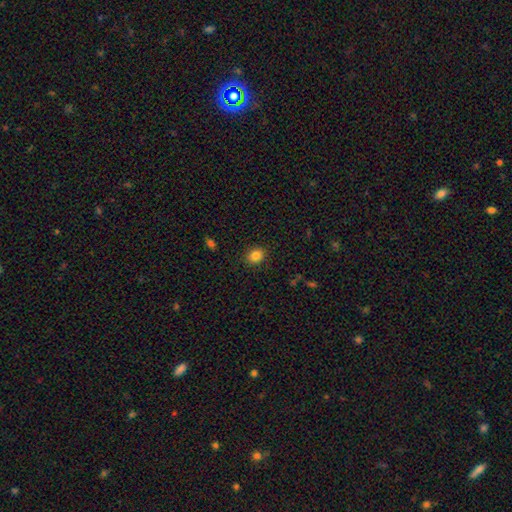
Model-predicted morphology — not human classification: A smooth galaxy with no disk features (84%) that is round (59%). Merging: none (89%).